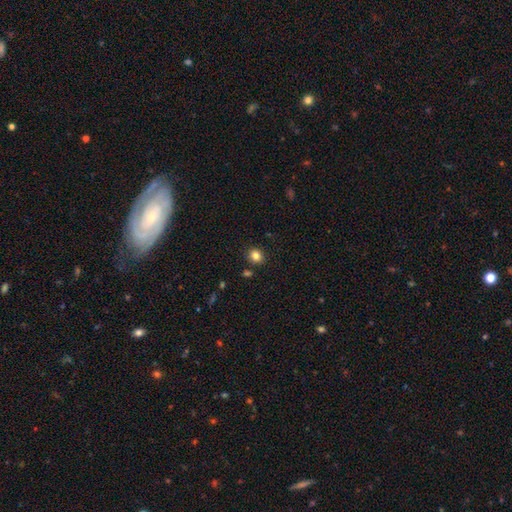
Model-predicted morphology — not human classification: Smooth or featured?
  - smooth: 83% *
  - star or artifact: 12%
  - featured or disk: 6%
How rounded?
  - round: 71% *
  - in between: 29%
  - cigar-shaped: 1%
Merging?
  - none: 85% *
  - minor disturbance: 8%
  - merger: 4%
  - major disturbance: 2%